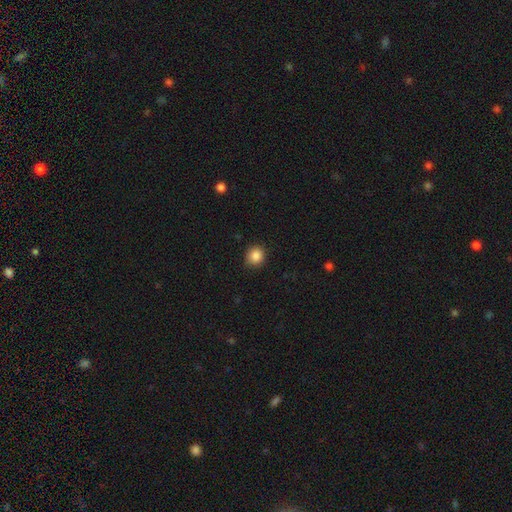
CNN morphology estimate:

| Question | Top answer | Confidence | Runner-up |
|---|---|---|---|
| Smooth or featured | smooth | 86% | star or artifact (10%) |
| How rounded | round | 86% | in between (13%) |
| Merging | none | 85% | minor disturbance (12%) |